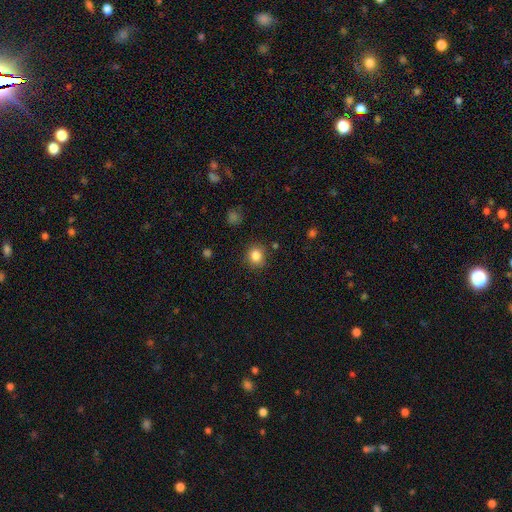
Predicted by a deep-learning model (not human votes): Smooth or featured? Predicted: smooth (p=0.84). How rounded? Predicted: round (p=0.80). Merging? Predicted: none (p=0.86).